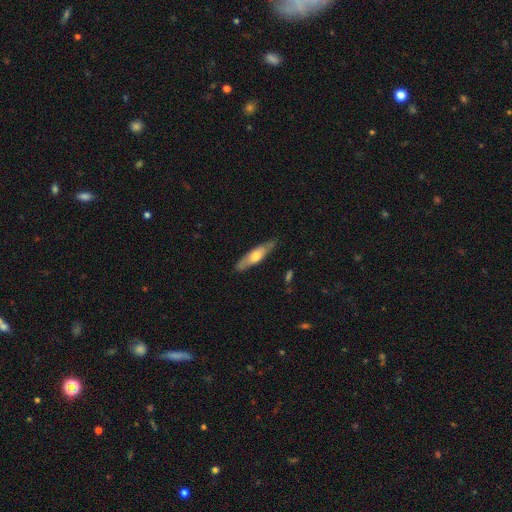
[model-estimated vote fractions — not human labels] Smooth or featured? smooth (50%)
Merging? none (82%)